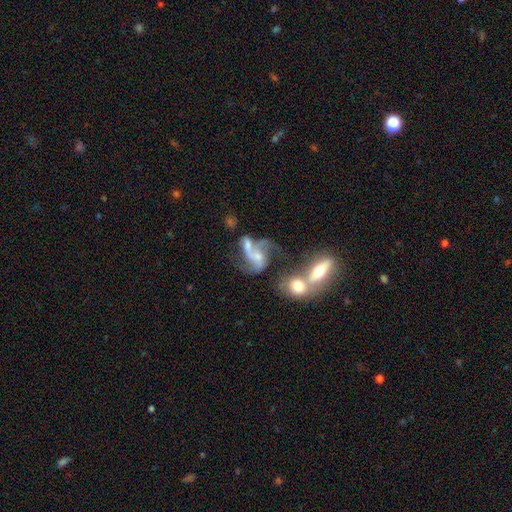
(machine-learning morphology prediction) Smooth or featured: featured or disk — 72% (smooth — 18%)
Edge-on disk: no — 97% (yes — 3%)
Bar: no — 55% (weak — 34%)
Spiral arms: yes — 84% (no — 16%)
Spiral winding: loose — 68% (medium — 26%)
Spiral arm count: 2 — 77% (can't tell — 8%)
Bulge size: small — 38% (moderate — 34%)
Merging: merger — 45% (none — 23%)